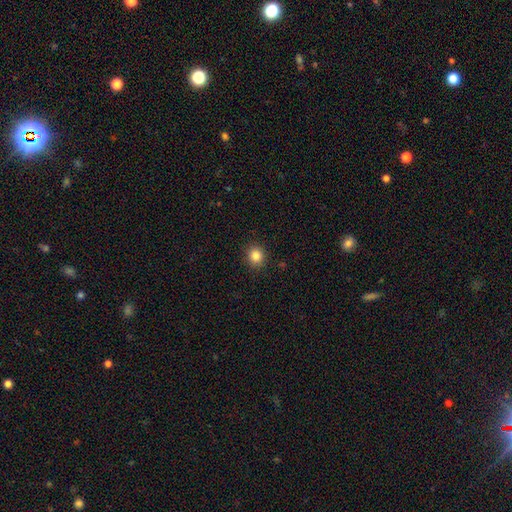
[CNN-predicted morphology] Smooth or featured? Predicted: smooth (p=0.84). How rounded? Predicted: round (p=0.83). Merging? Predicted: none (p=0.90).